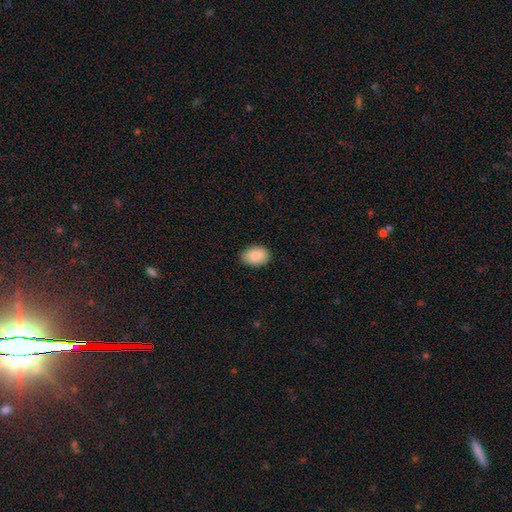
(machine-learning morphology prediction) type=smooth (89%); roundness=in between (81%); merging=none (87%).